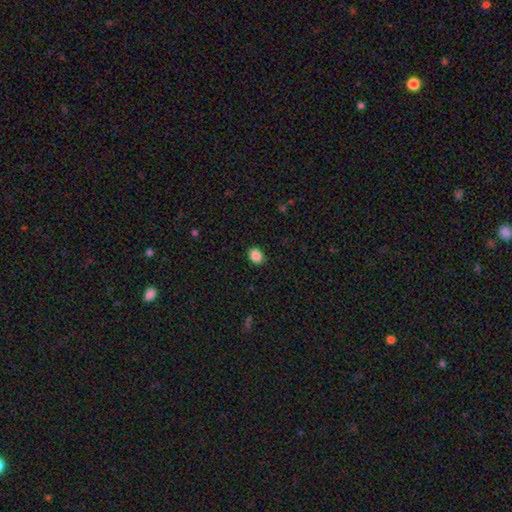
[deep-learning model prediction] smooth_or_featured: smooth (p=0.87) [alt: star or artifact p=0.09]
how_rounded: in between (p=0.53) [alt: round p=0.47]
merging: none (p=0.89) [alt: minor disturbance p=0.08]